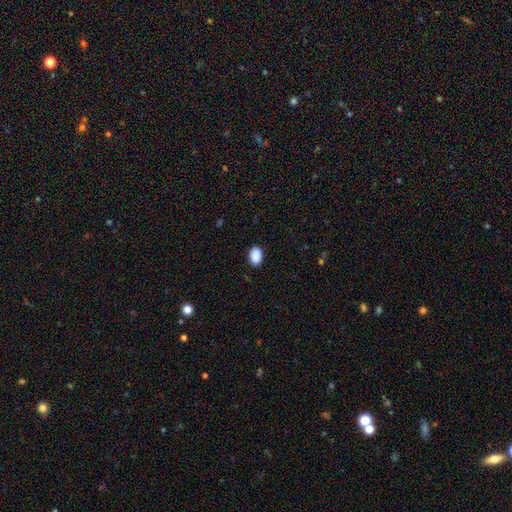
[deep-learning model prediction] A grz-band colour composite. It shows a smooth galaxy with no disk features (90%) that is in between round and cigar-shaped (85%). Merging: none (88%).